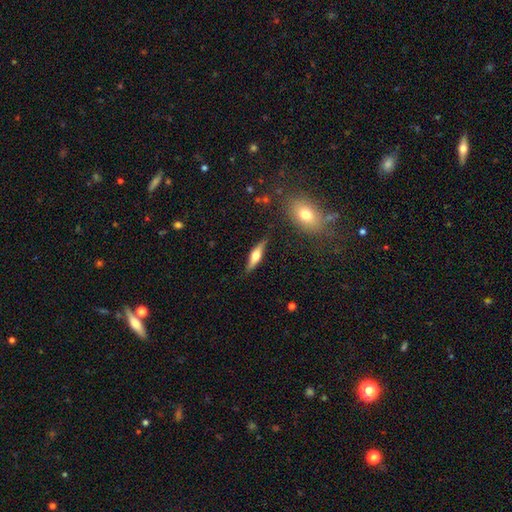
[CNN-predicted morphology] smooth-or-featured: featured or disk: 53% | smooth: 41% | star or artifact: 6%
  disk-edge-on: yes: 91% | no: 9%
  merging: none: 83% | minor disturbance: 12% | major disturbance: 3% | merger: 2%